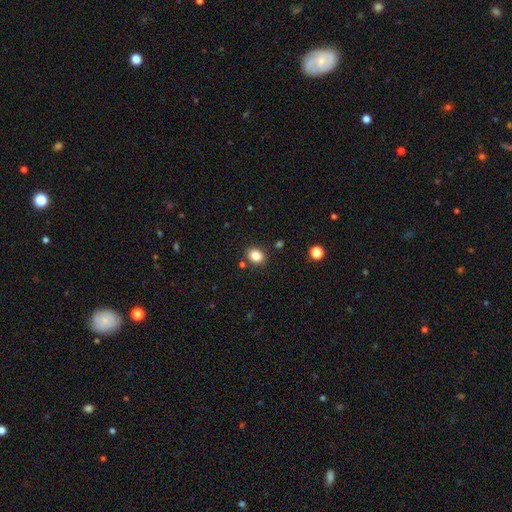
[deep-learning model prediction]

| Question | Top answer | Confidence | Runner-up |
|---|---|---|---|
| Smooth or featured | smooth | 84% | star or artifact (11%) |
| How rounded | round | 55% | in between (45%) |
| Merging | none | 85% | minor disturbance (9%) |